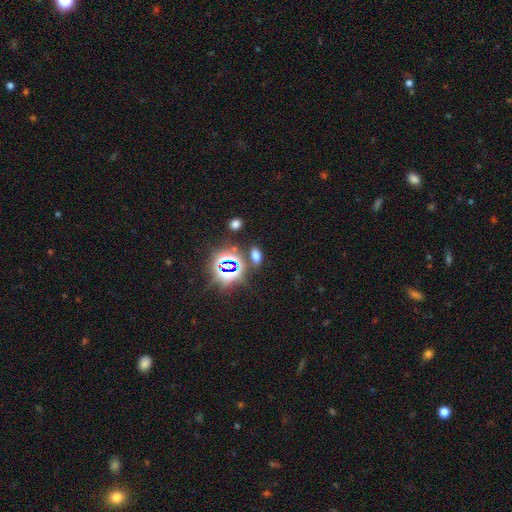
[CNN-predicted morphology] Q: Smooth or featured?
A: smooth (56%); runner-up: star or artifact (36%)
Q: How rounded?
A: in between (83%); runner-up: round (11%)
Q: Merging?
A: none (80%); runner-up: minor disturbance (9%)